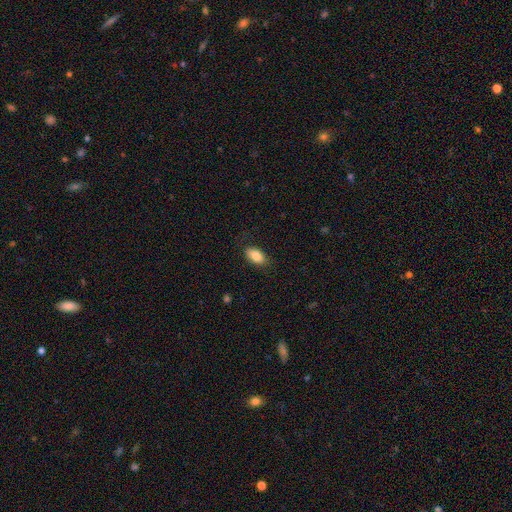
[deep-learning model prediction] Q: Smooth or featured?
A: smooth (86%); runner-up: featured or disk (7%)
Q: How rounded?
A: in between (92%); runner-up: round (5%)
Q: Merging?
A: none (81%); runner-up: minor disturbance (14%)